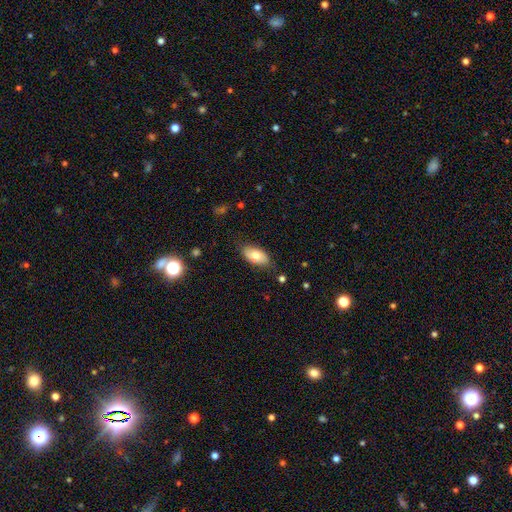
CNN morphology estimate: Smooth or featured?
  - smooth: 76% *
  - featured or disk: 17%
  - star or artifact: 7%
How rounded?
  - in between: 93% *
  - cigar-shaped: 4%
  - round: 3%
Merging?
  - none: 80% *
  - minor disturbance: 16%
  - major disturbance: 3%
  - merger: 1%